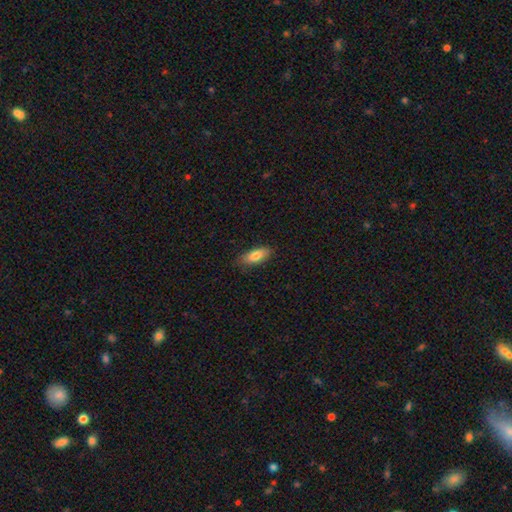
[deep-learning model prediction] Smooth or featured: smooth — 80% (featured or disk — 13%)
How rounded: in between — 77% (cigar-shaped — 21%)
Merging: none — 82% (minor disturbance — 14%)